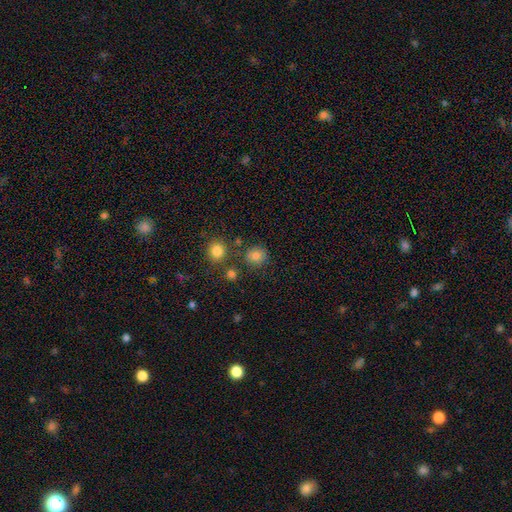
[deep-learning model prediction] A smooth galaxy with no disk features (80%) that is round (84%). Merging: none (80%).